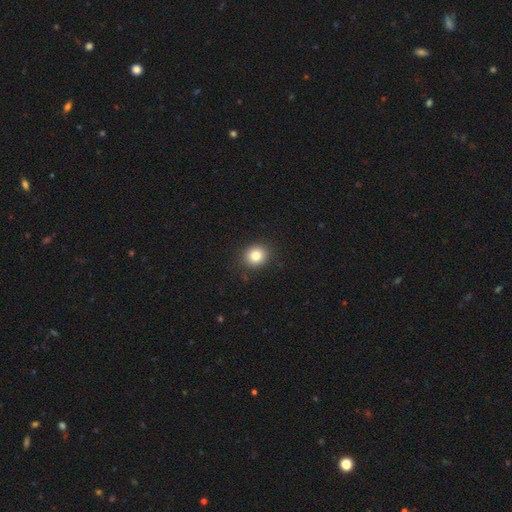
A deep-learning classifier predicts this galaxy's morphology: Overall: smooth (82%). How rounded: round (77%). Merging: none (89%).